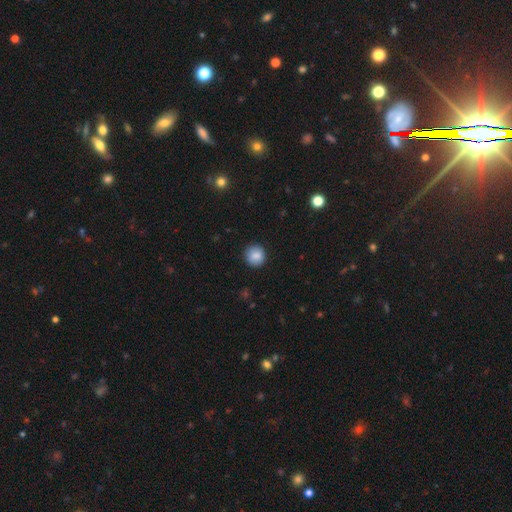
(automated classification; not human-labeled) The model was most divided on "smooth or featured": smooth: 86%, star or artifact: 8%, featured or disk: 6%. More confident: how rounded — round (91%); merging — none (88%).